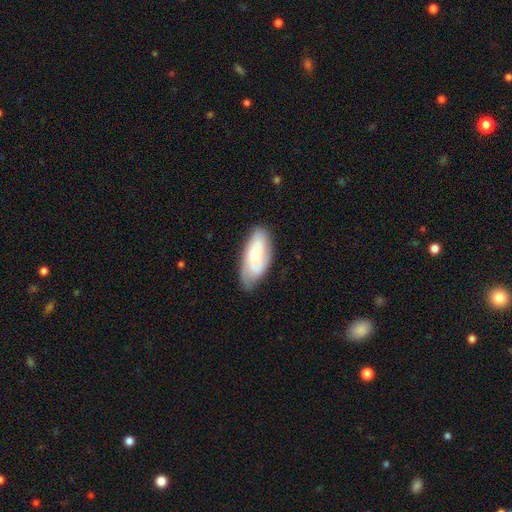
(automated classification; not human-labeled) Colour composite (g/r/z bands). It shows a smooth galaxy with no disk features (48%). Merging: none (69%).